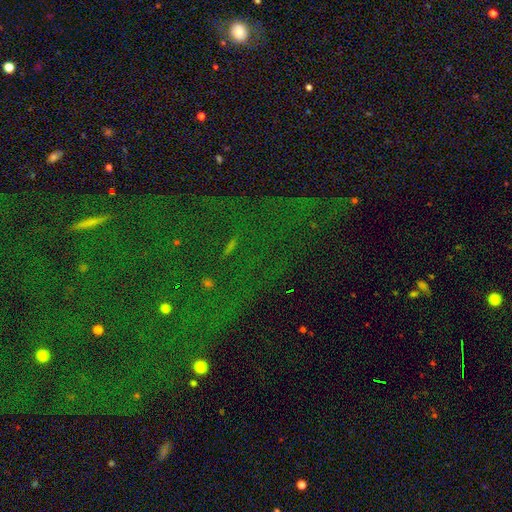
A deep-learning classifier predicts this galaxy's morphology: A star or artifact, not a galaxy (79%).

Vote fractions:
- Smooth or featured? star or artifact: 79% / smooth: 11% / featured or disk: 10%